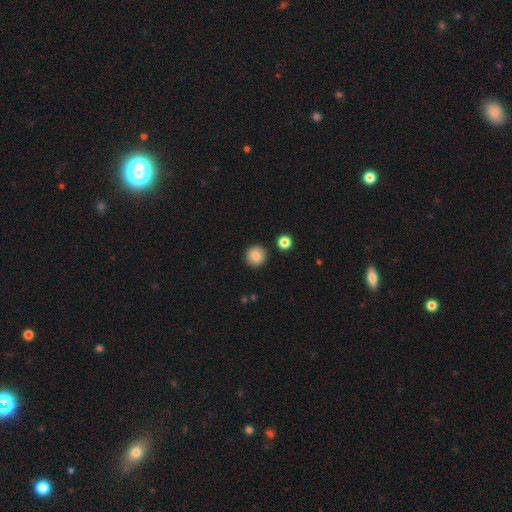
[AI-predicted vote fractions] smooth 85%, star or artifact 9%, featured or disk 6%. Down the decision tree: how rounded — round (93%); merging — none (91%).